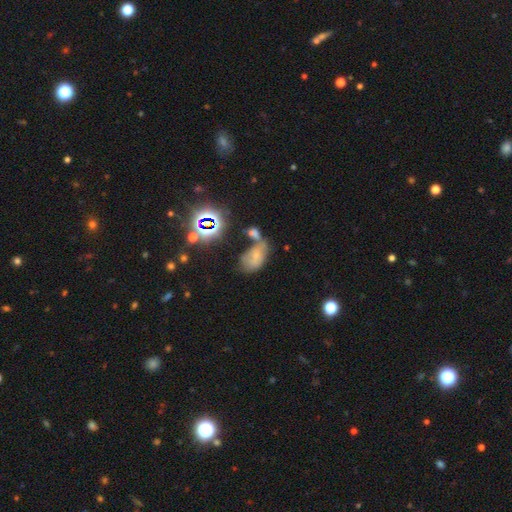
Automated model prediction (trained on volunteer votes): Smooth or featured? smooth (45%)
Merging? merger (37%)